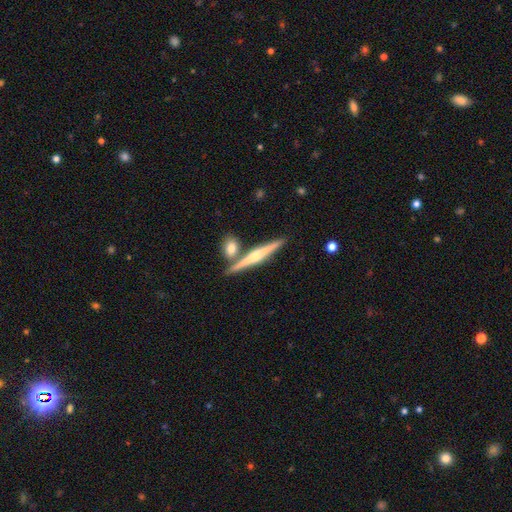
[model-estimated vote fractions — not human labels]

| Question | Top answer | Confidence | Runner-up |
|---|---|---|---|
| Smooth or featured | featured or disk | 72% | smooth (22%) |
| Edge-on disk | yes | 97% | no (3%) |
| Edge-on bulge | rounded | 87% | none (8%) |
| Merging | none | 76% | merger (14%) |